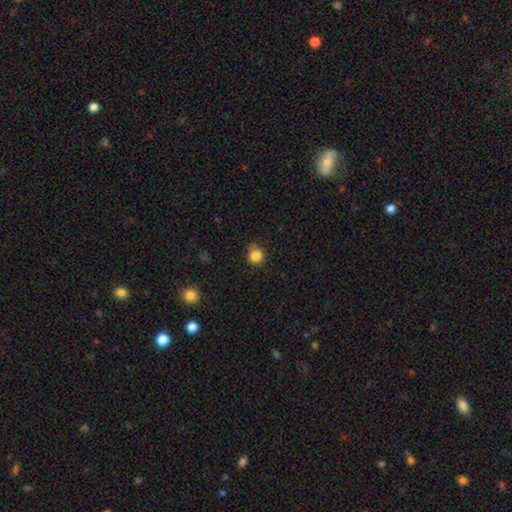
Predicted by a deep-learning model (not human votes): Smooth or featured? smooth (84%)
How rounded? round (94%)
Merging? none (81%)